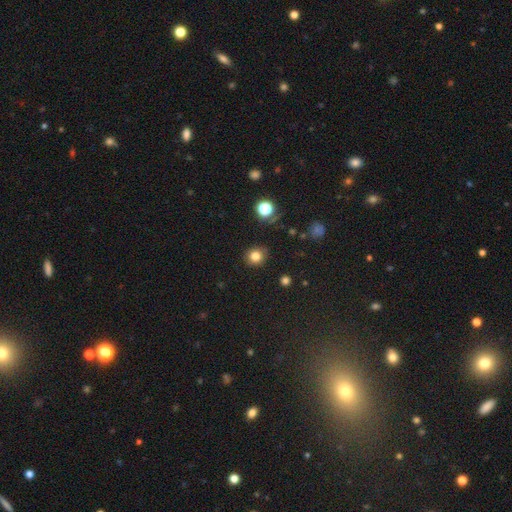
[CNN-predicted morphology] A smooth galaxy with no disk features (81%) that is round (86%). Merging: none (87%).